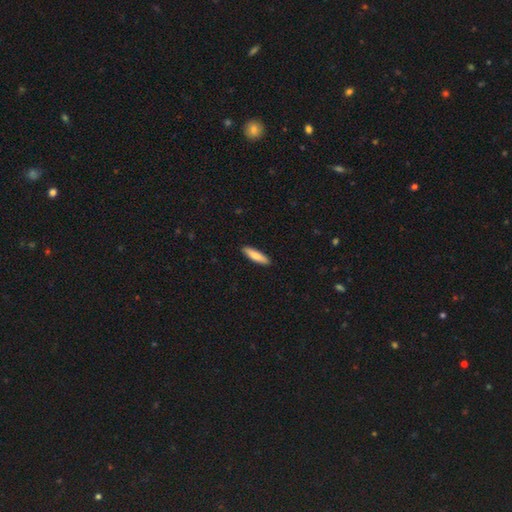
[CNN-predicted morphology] A smooth galaxy with no disk features (81%) that is cigar-shaped (71%). Merging: none (91%).